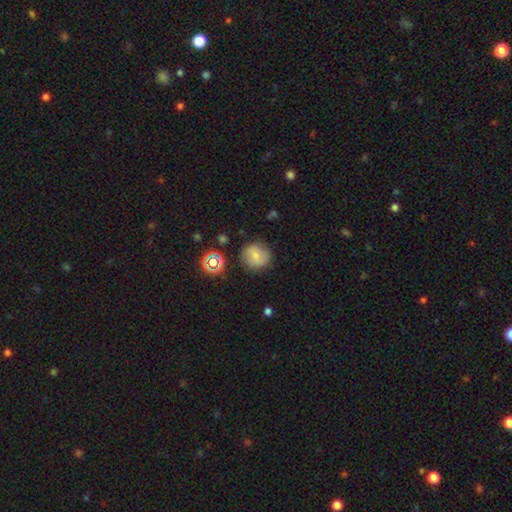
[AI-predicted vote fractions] Smooth or featured? Predicted: smooth (p=0.64). How rounded? Predicted: round (p=0.88). Merging? Predicted: none (p=0.82).